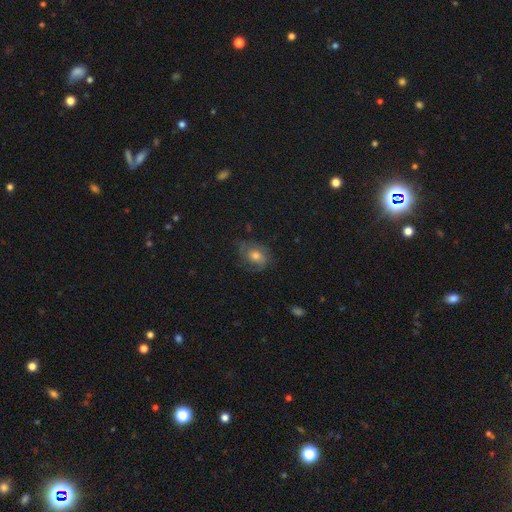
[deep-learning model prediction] Overall: smooth (46%; featured or disk 43%). Merging: none (62%; minor disturbance 24%).